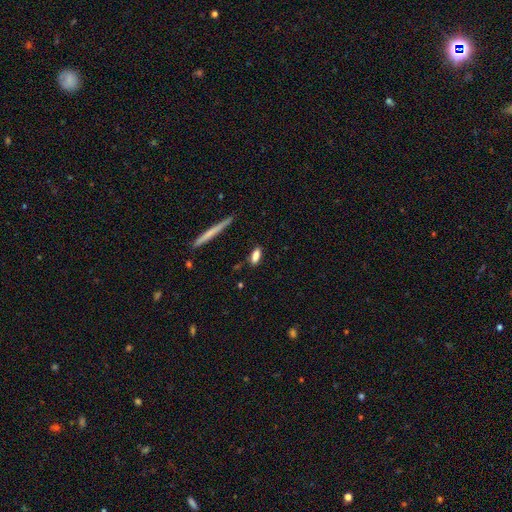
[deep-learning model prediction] smooth 83%, featured or disk 10%, star or artifact 7%. Down the decision tree: how rounded — in between (67%); merging — none (83%).